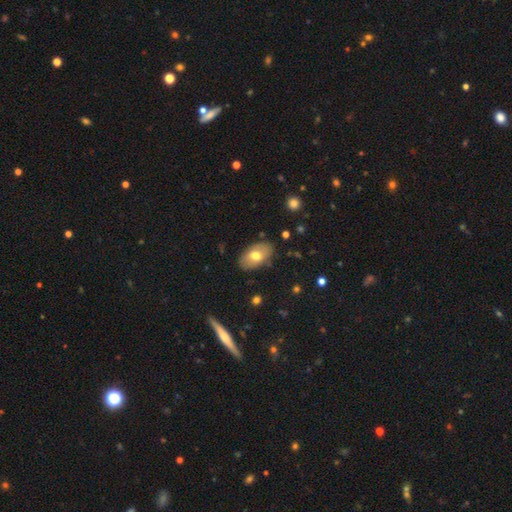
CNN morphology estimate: The model was most divided on "smooth or featured": smooth: 65%, featured or disk: 28%, star or artifact: 7%. More confident: how rounded — in between (91%); merging — none (83%).